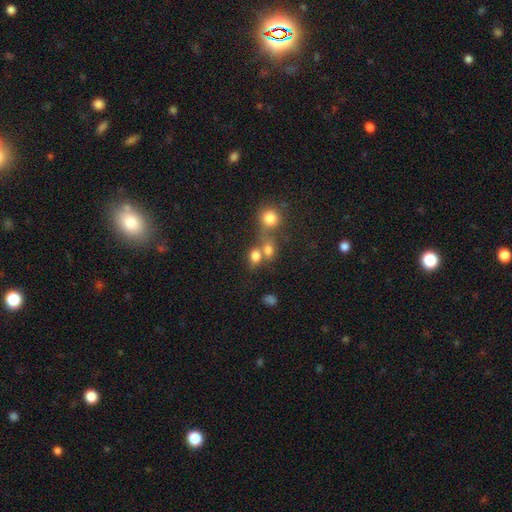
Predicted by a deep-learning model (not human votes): smooth_or_featured: smooth (p=0.76) [alt: star or artifact p=0.14]
how_rounded: round (p=0.51) [alt: in between p=0.47]
merging: merger (p=0.48) [alt: none p=0.37]